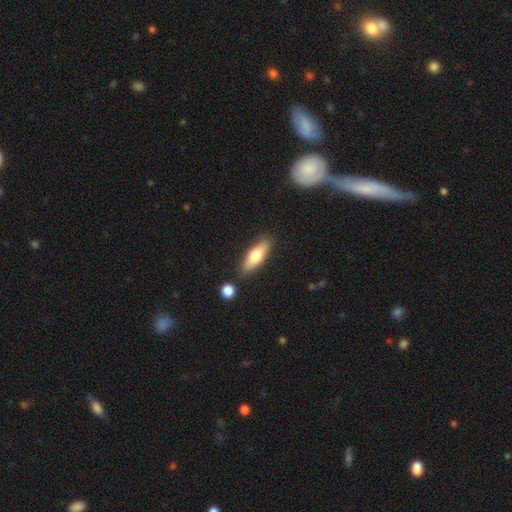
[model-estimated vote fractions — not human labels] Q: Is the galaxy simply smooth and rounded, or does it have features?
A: smooth — 67%.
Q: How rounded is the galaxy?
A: in between — 54%.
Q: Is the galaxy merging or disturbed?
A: none — 82%.